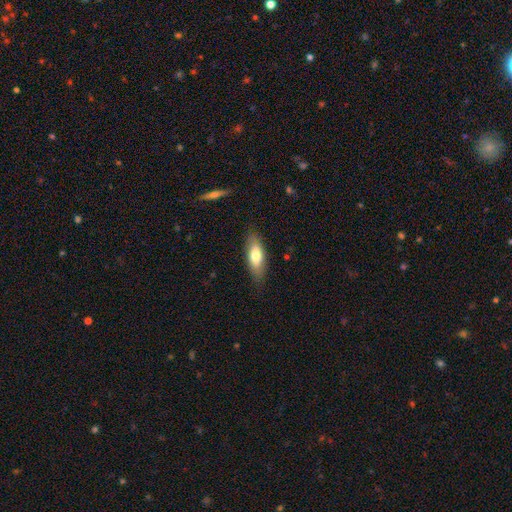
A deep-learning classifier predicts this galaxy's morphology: Smooth or featured: smooth — 70% (featured or disk — 24%)
How rounded: in between — 66% (cigar-shaped — 32%)
Merging: none — 83% (minor disturbance — 13%)